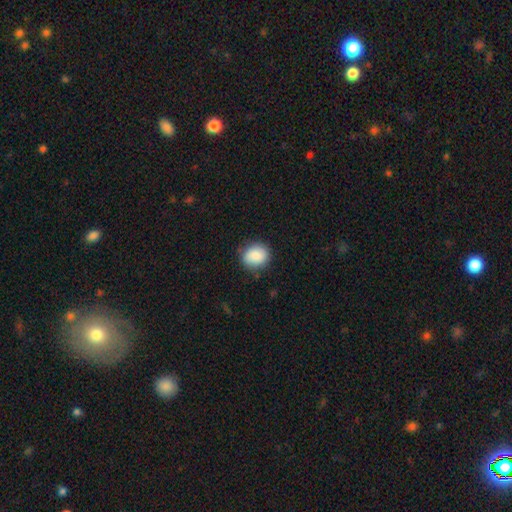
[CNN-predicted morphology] Smooth or featured?
  - smooth: 86% *
  - star or artifact: 7%
  - featured or disk: 7%
How rounded?
  - round: 70% *
  - in between: 29%
  - cigar-shaped: 1%
Merging?
  - none: 82% *
  - minor disturbance: 13%
  - major disturbance: 3%
  - merger: 1%